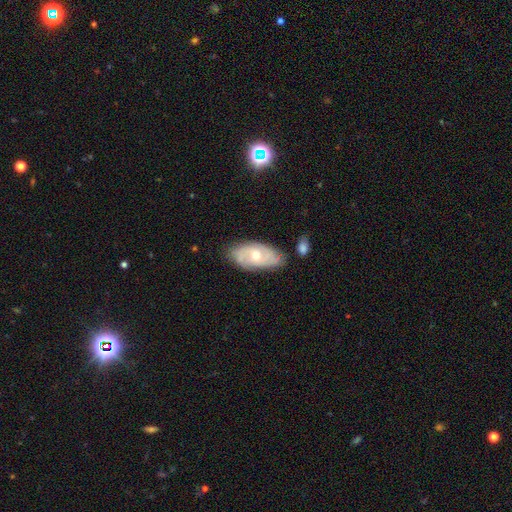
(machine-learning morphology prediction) type=featured or disk (62%); edge-on=no (90%); bar=no (70%); spiral arms=yes (76%); bulge=moderate (63%); merging=none (71%).